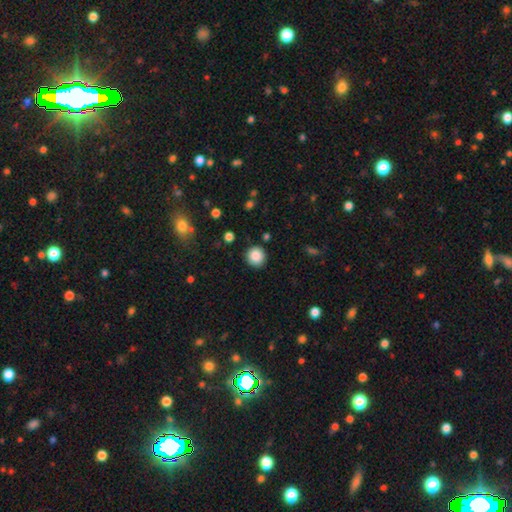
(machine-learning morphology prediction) The model was most divided on "smooth or featured": smooth: 87%, star or artifact: 10%, featured or disk: 4%. More confident: how rounded — round (94%); merging — none (89%).